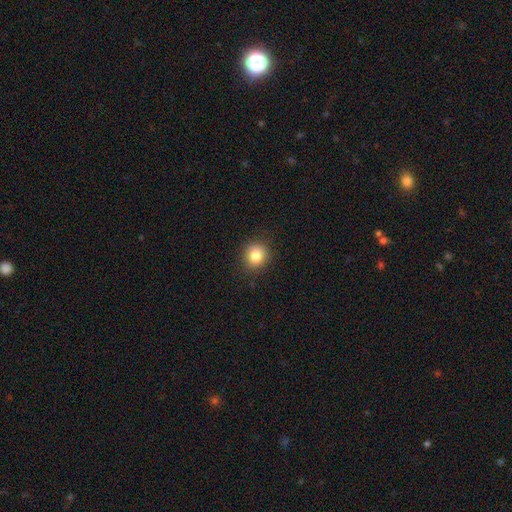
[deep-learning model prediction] smooth-or-featured: smooth: 83% | star or artifact: 11% | featured or disk: 7%
  how-rounded: round: 85% | in between: 14% | cigar-shaped: 1%
  merging: none: 89% | minor disturbance: 8% | major disturbance: 2% | merger: 1%